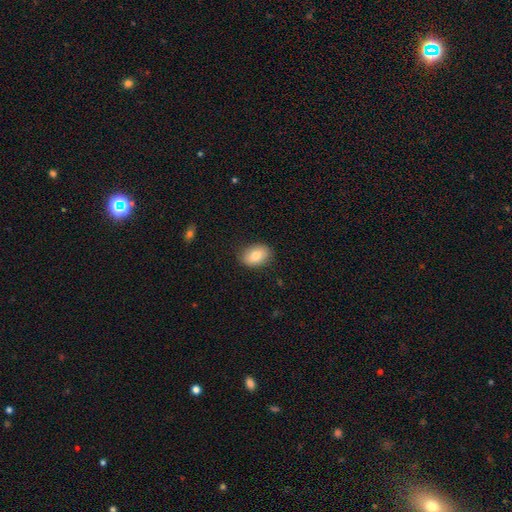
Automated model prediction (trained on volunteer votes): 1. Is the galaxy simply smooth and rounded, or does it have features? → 79% smooth, 14% featured or disk, 7% star or artifact.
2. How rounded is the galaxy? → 78% in between, 21% round, 1% cigar-shaped.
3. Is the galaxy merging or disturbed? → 84% none, 12% minor disturbance, 3% major disturbance, 1% merger.